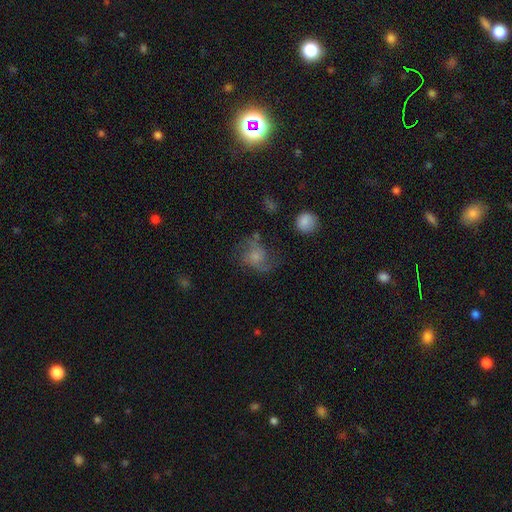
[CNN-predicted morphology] This appears to be a featured or disk galaxy (51%). Merging: none (53%).